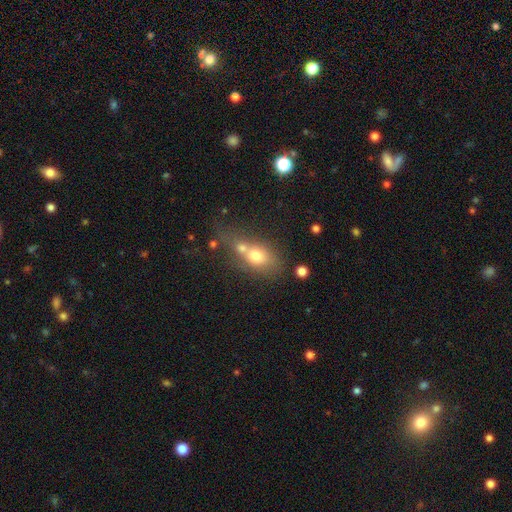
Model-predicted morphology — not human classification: The model was most divided on "how rounded": in between: 63%, round: 33%, cigar-shaped: 4%. More confident: smooth or featured — smooth (70%); merging — merger (56%).